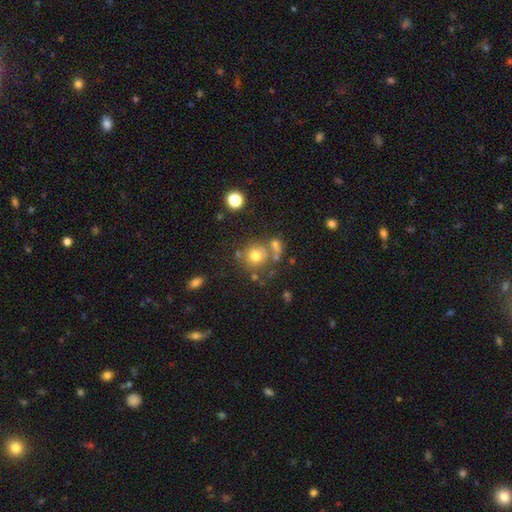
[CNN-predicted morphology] A smooth galaxy with no disk features (70%) that is round (87%).

Vote fractions:
- Smooth or featured? smooth: 70% / featured or disk: 16% / star or artifact: 14%
- How rounded? round: 87% / in between: 12% / cigar-shaped: 1%
- Merging? none: 60% / merger: 19% / minor disturbance: 13% / major disturbance: 8%